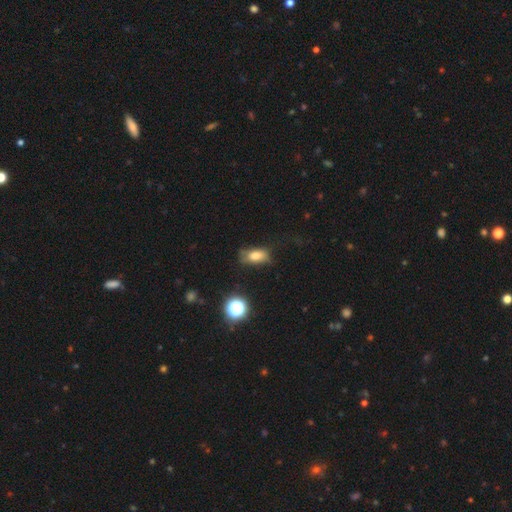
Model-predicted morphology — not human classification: This is likely a smooth galaxy (72%). How rounded: clearly in between (84%). Merging: possibly none (56%).